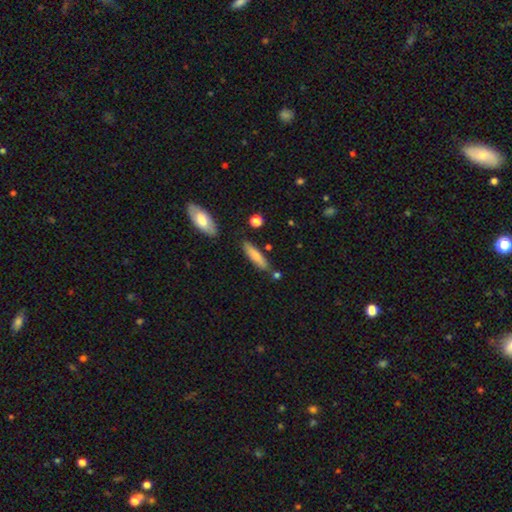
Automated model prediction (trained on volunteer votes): The model was most divided on "how rounded": cigar-shaped: 70%, in between: 29%, round: 2%. More confident: merging — none (78%); smooth or featured — smooth (76%).